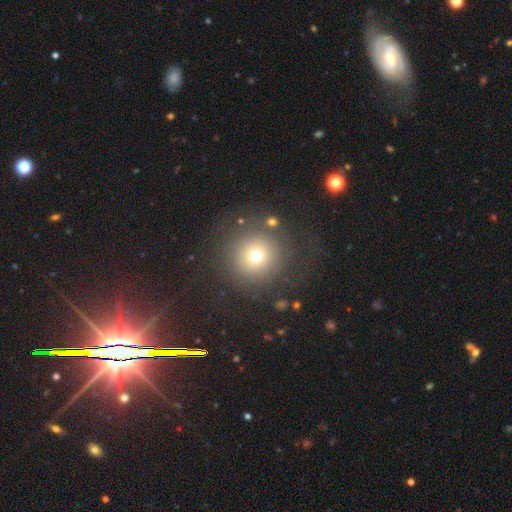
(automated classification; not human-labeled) Q: Smooth or featured?
A: smooth (70%); runner-up: star or artifact (18%)
Q: How rounded?
A: round (95%); runner-up: in between (5%)
Q: Merging?
A: none (79%); runner-up: minor disturbance (9%)